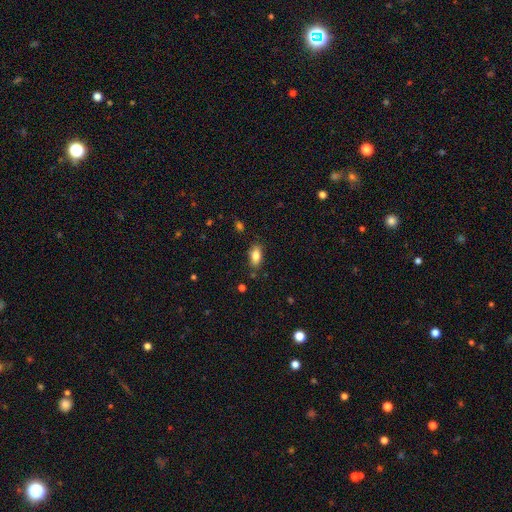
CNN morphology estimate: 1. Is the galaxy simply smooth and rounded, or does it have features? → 85% smooth, 8% star or artifact, 7% featured or disk.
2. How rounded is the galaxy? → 89% in between, 7% cigar-shaped, 4% round.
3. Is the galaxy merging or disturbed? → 82% none, 13% minor disturbance, 3% major disturbance, 2% merger.